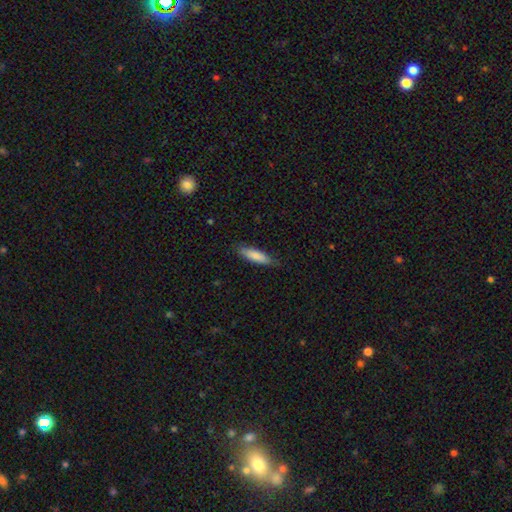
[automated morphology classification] smooth 83%, featured or disk 11%, star or artifact 6%. Down the decision tree: how rounded — cigar-shaped (63%); merging — none (82%).